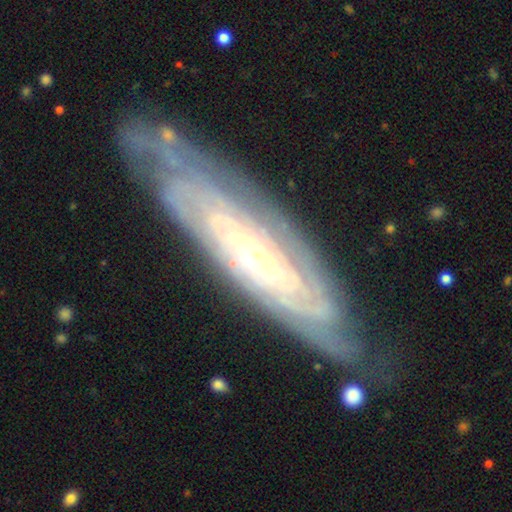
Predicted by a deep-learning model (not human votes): Overall: featured or disk (86%). Edge-on disk: no (78%). Bar: no (66%). Spiral arms: yes (95%). Spiral arm count: can't tell (50%; 4 12%). Spiral winding: tight (81%). Bulge size: small (62%; moderate 33%). Merging: none (77%).